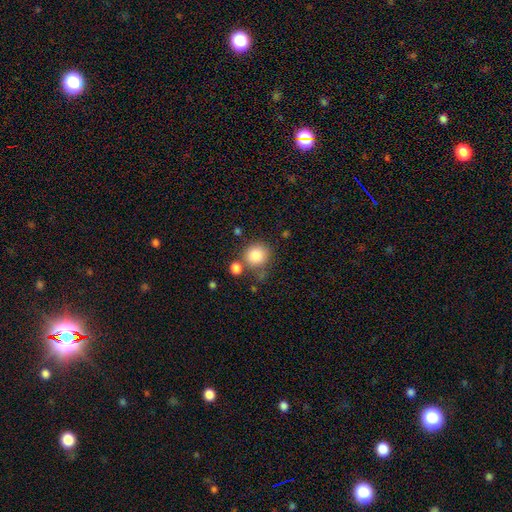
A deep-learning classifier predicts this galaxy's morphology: smooth_or_featured: smooth (p=0.84) [alt: star or artifact p=0.10]
how_rounded: round (p=0.85) [alt: in between p=0.14]
merging: none (p=0.67) [alt: minor disturbance p=0.14]